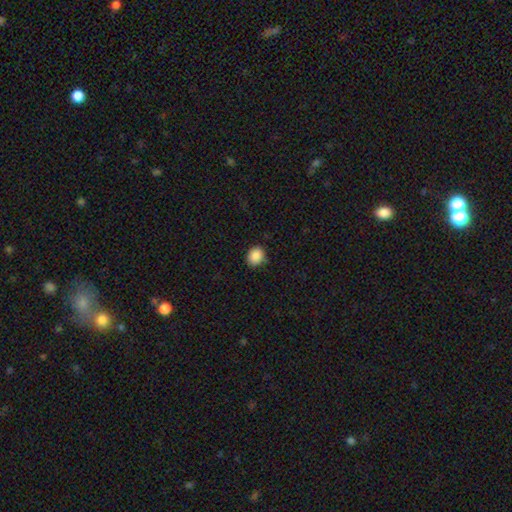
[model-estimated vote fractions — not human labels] Smooth or featured? Predicted: smooth (p=0.88). How rounded? Predicted: round (p=0.65). Merging? Predicted: none (p=0.82).